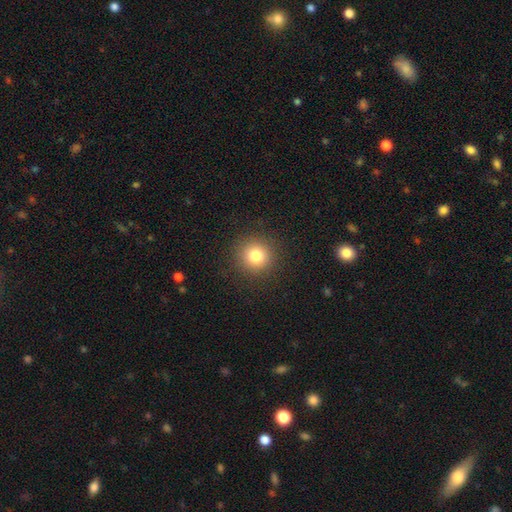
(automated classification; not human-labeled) smooth 80%, star or artifact 13%, featured or disk 8%. Down the decision tree: how rounded — round (94%); merging — none (91%).